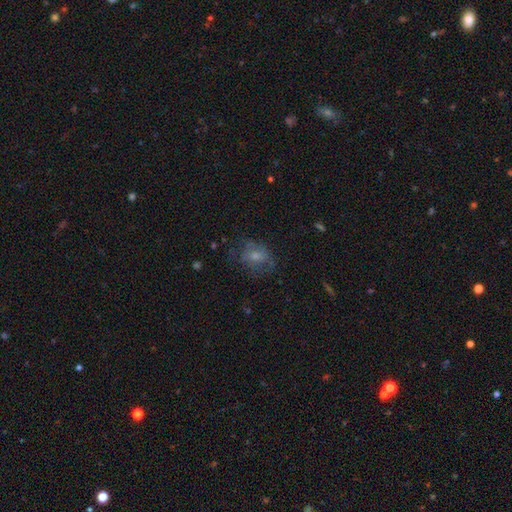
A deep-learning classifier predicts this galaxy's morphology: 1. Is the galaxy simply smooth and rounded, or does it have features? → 54% smooth, 34% featured or disk, 12% star or artifact.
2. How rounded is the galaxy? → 54% in between, 45% round, 1% cigar-shaped.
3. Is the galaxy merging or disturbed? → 54% none, 23% minor disturbance, 21% major disturbance, 2% merger.